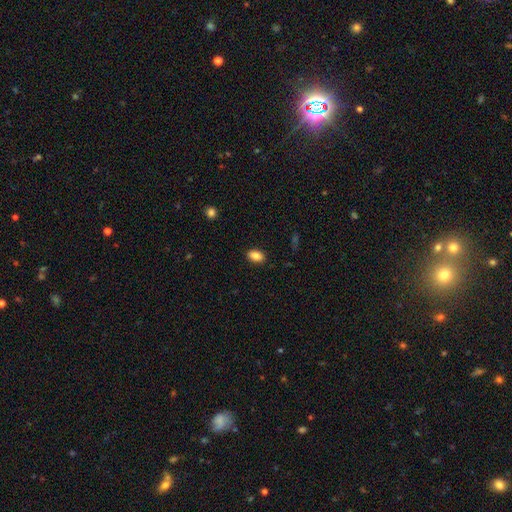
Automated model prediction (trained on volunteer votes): Smooth or featured: smooth — 86% (star or artifact — 8%)
How rounded: in between — 88% (round — 10%)
Merging: none — 88% (minor disturbance — 8%)